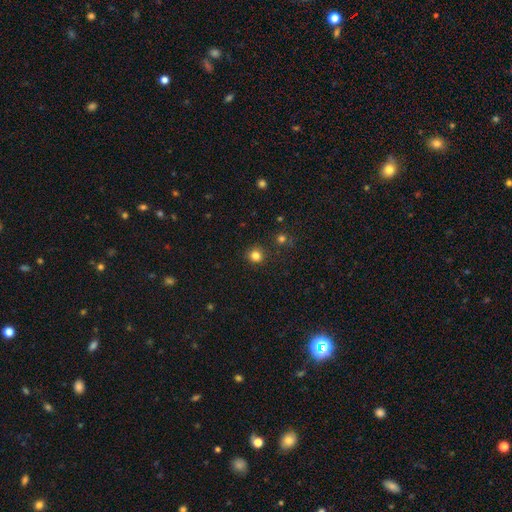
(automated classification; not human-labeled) Q: Smooth or featured?
A: smooth (81%); runner-up: star or artifact (14%)
Q: How rounded?
A: round (90%); runner-up: in between (9%)
Q: Merging?
A: none (89%); runner-up: minor disturbance (7%)